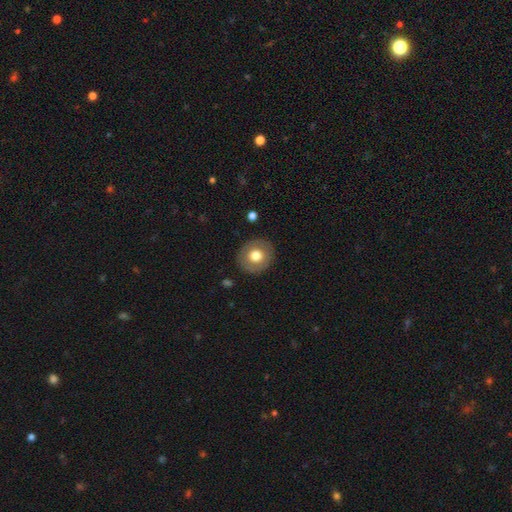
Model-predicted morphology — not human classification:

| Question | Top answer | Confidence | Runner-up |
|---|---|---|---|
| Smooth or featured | smooth | 68% | featured or disk (25%) |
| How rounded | round | 84% | in between (15%) |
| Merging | none | 89% | minor disturbance (8%) |